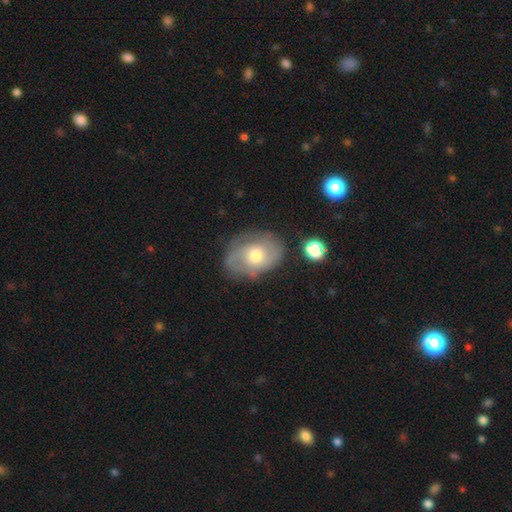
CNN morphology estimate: This is likely a featured or disk galaxy (63%). It is clearly not viewed edge-on (96%). Bar: likely no (74%). Spiral arm pattern: clearly yes (80%). Central bulge: likely moderate (63%). Merging: likely none (67%).